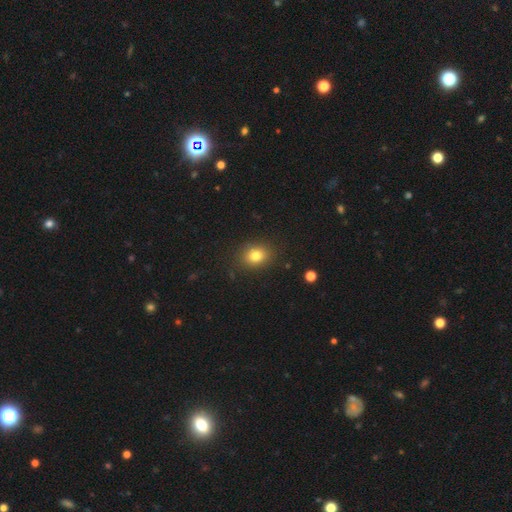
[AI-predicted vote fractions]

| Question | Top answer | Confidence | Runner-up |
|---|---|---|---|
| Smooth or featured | smooth | 81% | star or artifact (12%) |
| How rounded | round | 54% | in between (46%) |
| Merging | none | 86% | minor disturbance (10%) |